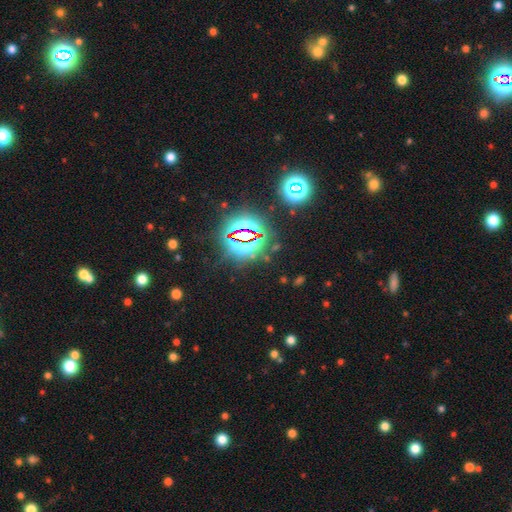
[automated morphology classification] Smooth or featured: star or artifact — 82% (smooth — 11%)